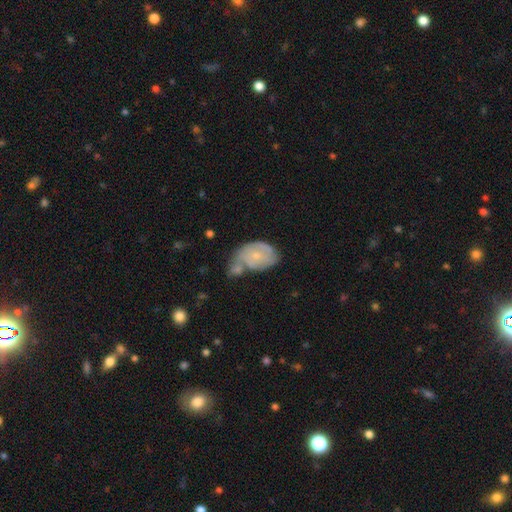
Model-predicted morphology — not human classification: featured or disk 52%, smooth 41%, star or artifact 7%. Down the decision tree: edge-on disk — no (96%); merging — merger (33%).